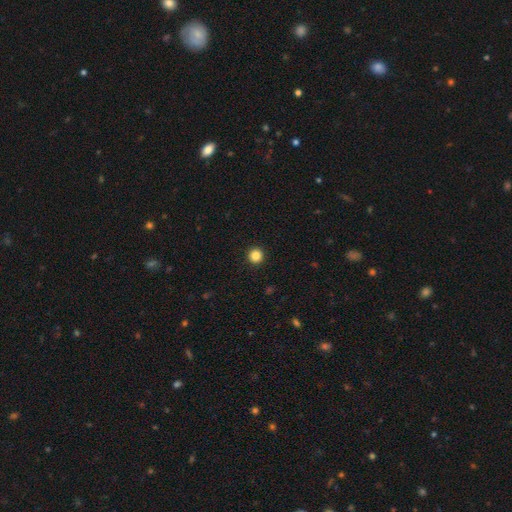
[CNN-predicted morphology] smooth 85%, star or artifact 11%, featured or disk 4%. Down the decision tree: how rounded — round (96%); merging — none (94%).